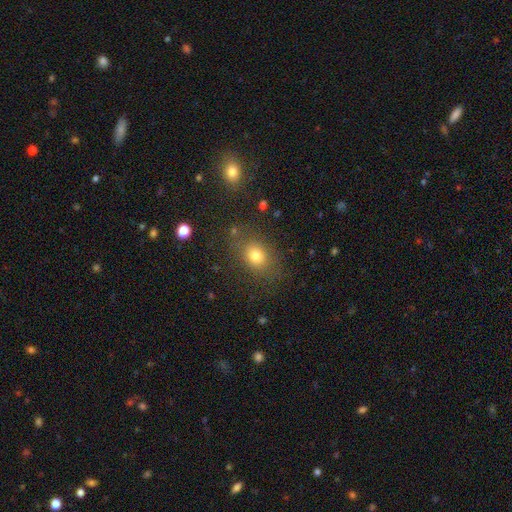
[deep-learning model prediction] Q: Smooth or featured?
A: smooth (76%); runner-up: star or artifact (14%)
Q: How rounded?
A: in between (53%); runner-up: round (45%)
Q: Merging?
A: none (78%); runner-up: minor disturbance (13%)